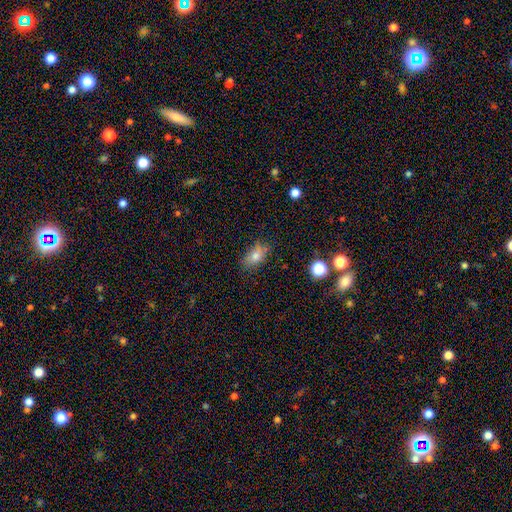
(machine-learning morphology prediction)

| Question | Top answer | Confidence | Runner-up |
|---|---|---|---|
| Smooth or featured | smooth | 75% | featured or disk (13%) |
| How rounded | in between | 83% | round (11%) |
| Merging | none | 70% | minor disturbance (21%) |